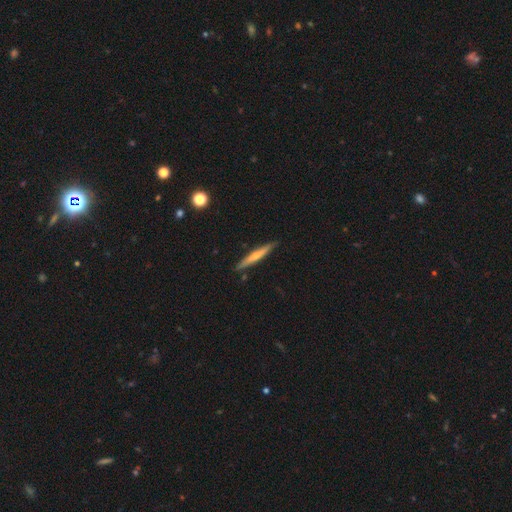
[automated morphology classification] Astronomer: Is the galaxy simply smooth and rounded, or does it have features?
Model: featured or disk — 50% (runner-up: smooth, 44%).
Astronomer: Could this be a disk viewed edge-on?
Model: yes — 95%.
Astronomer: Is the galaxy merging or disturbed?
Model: none — 87%.